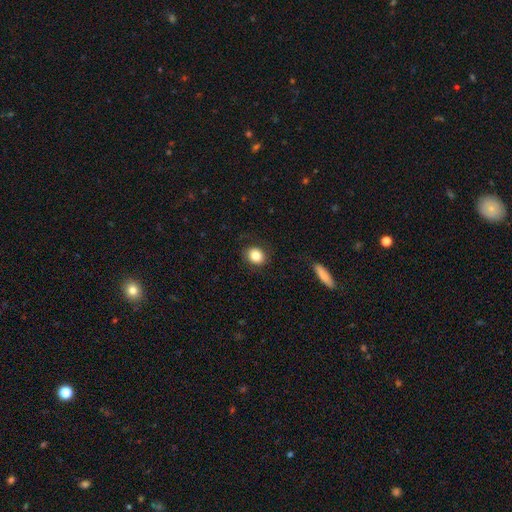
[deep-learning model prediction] Smooth or featured? smooth (83%)
How rounded? round (70%)
Merging? none (85%)